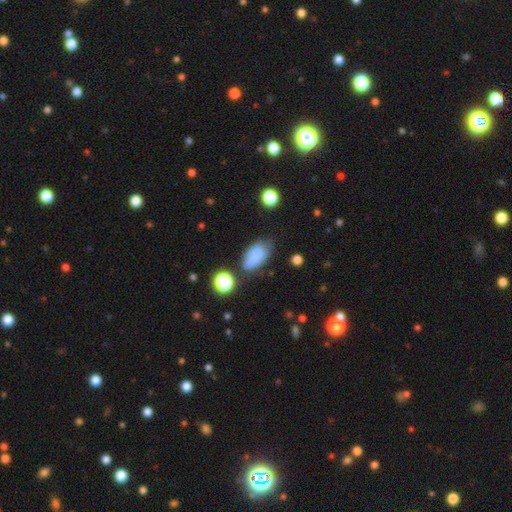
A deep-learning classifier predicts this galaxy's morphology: Smooth or featured?
  - smooth: 68% *
  - featured or disk: 21%
  - star or artifact: 11%
How rounded?
  - in between: 88% *
  - round: 9%
  - cigar-shaped: 3%
Merging?
  - none: 44% *
  - minor disturbance: 25%
  - merger: 21%
  - major disturbance: 10%